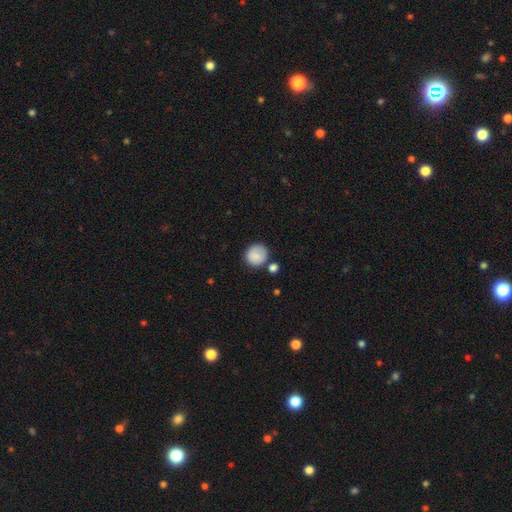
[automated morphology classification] Smooth or featured: smooth — 86% (star or artifact — 7%)
How rounded: round — 90% (in between — 9%)
Merging: none — 72% (minor disturbance — 14%)